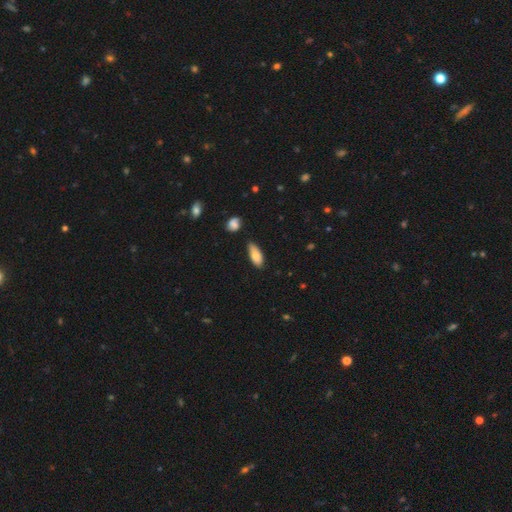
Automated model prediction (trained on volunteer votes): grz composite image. It shows a smooth galaxy with no disk features (78%) that is in between round and cigar-shaped (82%). Merging: none (72%).